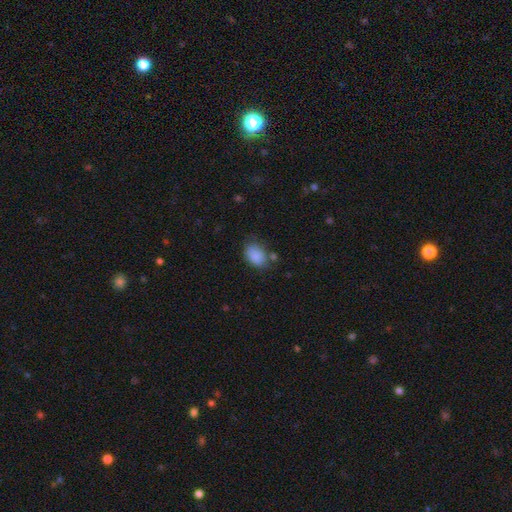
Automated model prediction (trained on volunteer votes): A smooth galaxy with no disk features (86%) that is in between round and cigar-shaped (79%).

Vote fractions:
- Smooth or featured? smooth: 86% / star or artifact: 9% / featured or disk: 6%
- How rounded? in between: 79% / round: 20% / cigar-shaped: 1%
- Merging? none: 64% / minor disturbance: 23% / major disturbance: 7% / merger: 6%